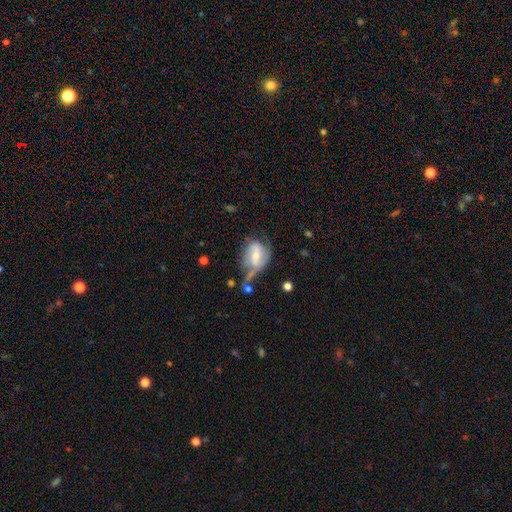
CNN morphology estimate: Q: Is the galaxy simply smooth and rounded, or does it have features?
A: featured or disk — 53%.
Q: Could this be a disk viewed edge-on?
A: no — 96%.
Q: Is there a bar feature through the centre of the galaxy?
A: weak — 44%.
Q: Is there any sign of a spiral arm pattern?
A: yes — 68%.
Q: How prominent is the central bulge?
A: moderate — 47%.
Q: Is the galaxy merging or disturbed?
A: none — 32%.